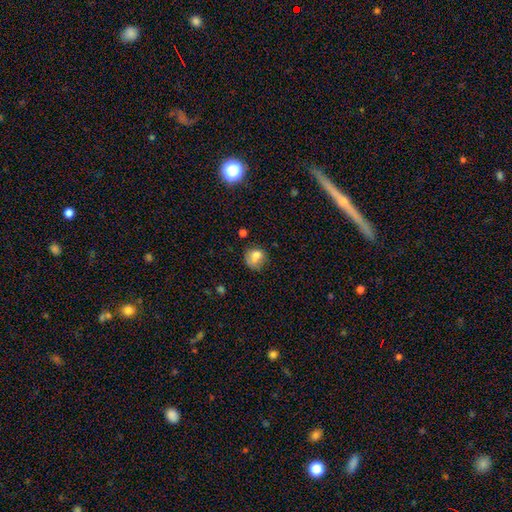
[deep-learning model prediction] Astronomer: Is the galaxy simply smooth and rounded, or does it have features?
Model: smooth — 75%.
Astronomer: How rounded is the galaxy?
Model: round — 72%.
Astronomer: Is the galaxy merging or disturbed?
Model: none — 53%.